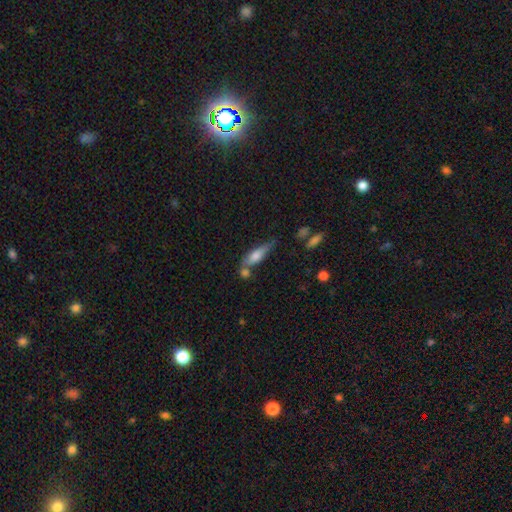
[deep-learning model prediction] Q: Smooth or featured?
A: smooth (60%); runner-up: featured or disk (32%)
Q: How rounded?
A: cigar-shaped (60%); runner-up: in between (37%)
Q: Merging?
A: none (46%); runner-up: merger (23%)